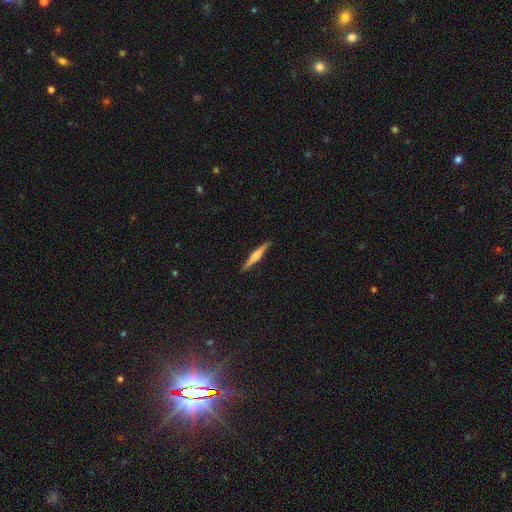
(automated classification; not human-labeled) smooth_or_featured: featured or disk (p=0.54) [alt: smooth p=0.40]
disk_edge_on: yes (p=0.97) [alt: no p=0.03]
edge_on_bulge: rounded (p=0.63) [alt: boxy p=0.19]
merging: none (p=0.90) [alt: minor disturbance p=0.08]